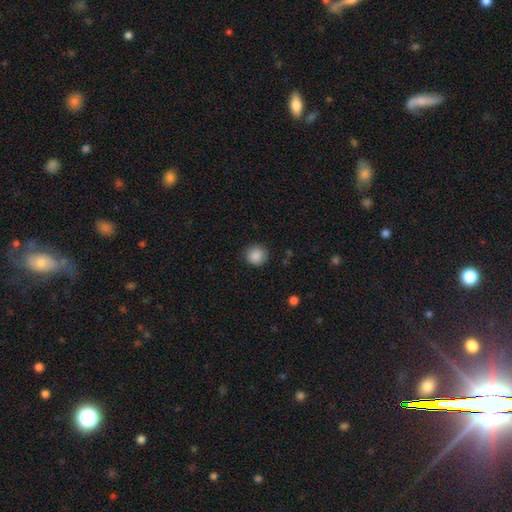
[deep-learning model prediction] Smooth or featured: smooth — 88% (star or artifact — 9%)
How rounded: round — 93% (in between — 6%)
Merging: none — 89% (minor disturbance — 7%)